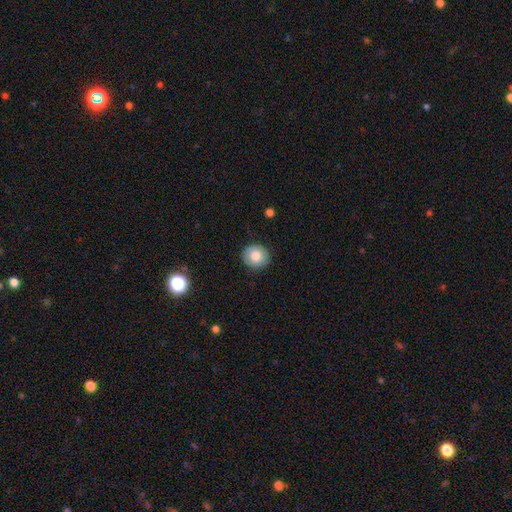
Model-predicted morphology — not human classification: Smooth or featured?
  - smooth: 80% *
  - featured or disk: 12%
  - star or artifact: 8%
How rounded?
  - round: 85% *
  - in between: 15%
  - cigar-shaped: 1%
Merging?
  - none: 88% *
  - minor disturbance: 9%
  - major disturbance: 2%
  - merger: 1%